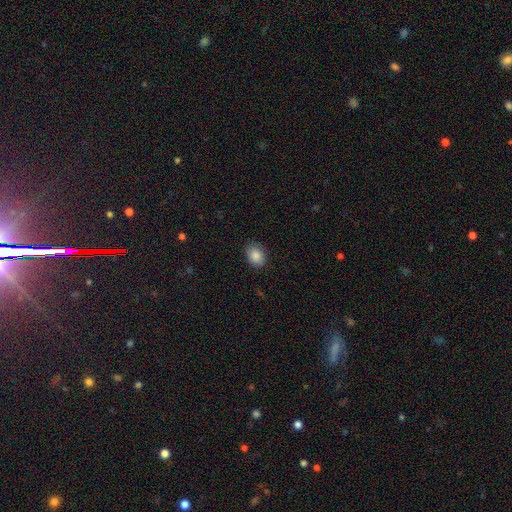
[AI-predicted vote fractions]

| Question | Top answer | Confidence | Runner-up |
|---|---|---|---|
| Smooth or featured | smooth | 87% | star or artifact (8%) |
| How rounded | in between | 67% | round (32%) |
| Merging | none | 85% | minor disturbance (11%) |